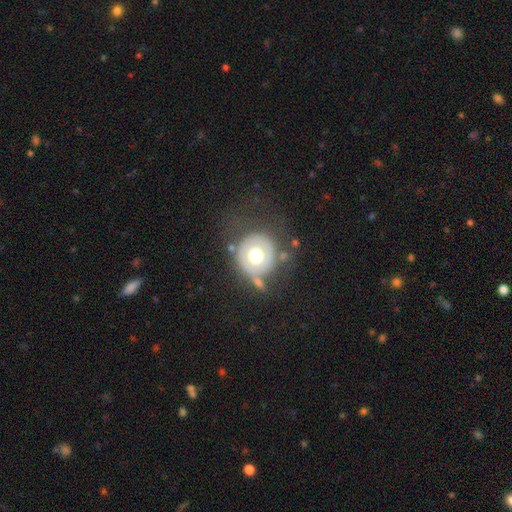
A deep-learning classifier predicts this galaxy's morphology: smooth_or_featured: smooth (p=0.50) [alt: featured or disk p=0.42]
merging: none (p=0.62) [alt: minor disturbance p=0.17]